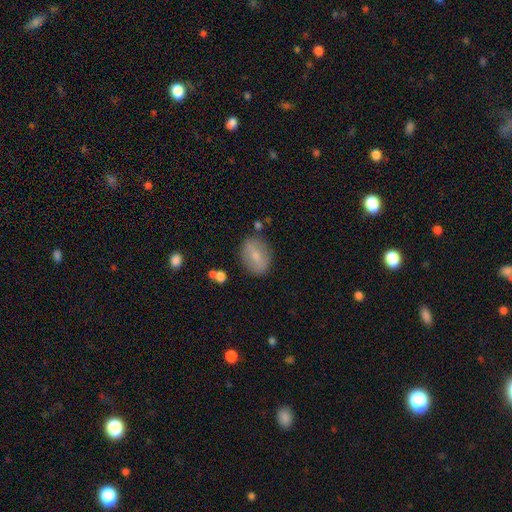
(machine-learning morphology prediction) This is likely a smooth galaxy (61%). How rounded: likely in between (74%). Merging: clearly none (82%).